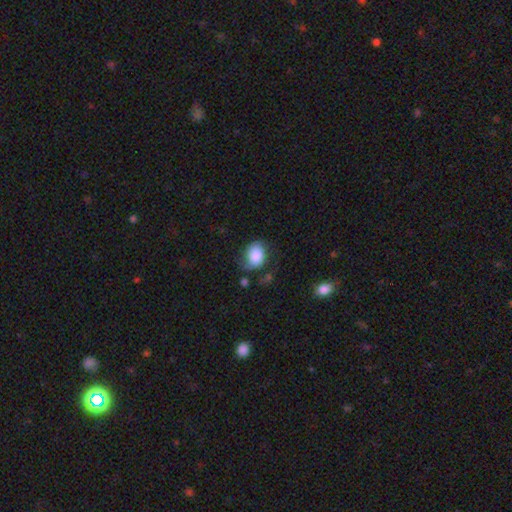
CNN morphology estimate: The model was most divided on "how rounded": in between: 59%, round: 40%, cigar-shaped: 1%. More confident: smooth or featured — smooth (81%); merging — none (50%).